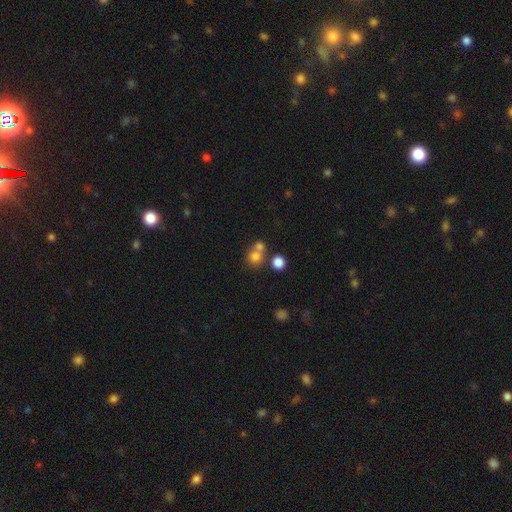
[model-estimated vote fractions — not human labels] A smooth galaxy with no disk features (74%) that is round (85%). Merging: none (46%).